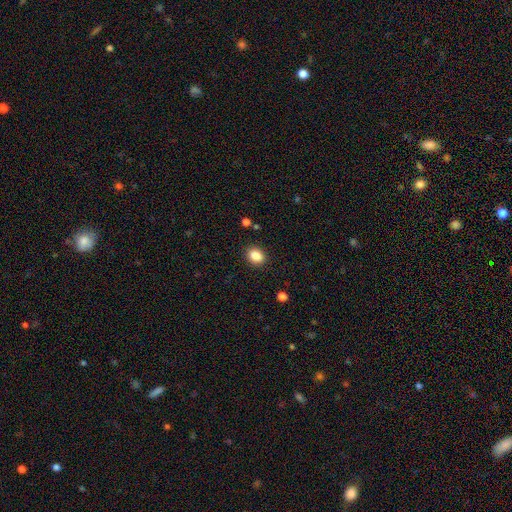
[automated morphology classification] The model was most divided on "how rounded": in between: 52%, round: 47%, cigar-shaped: 1%. More confident: merging — none (89%); smooth or featured — smooth (86%).